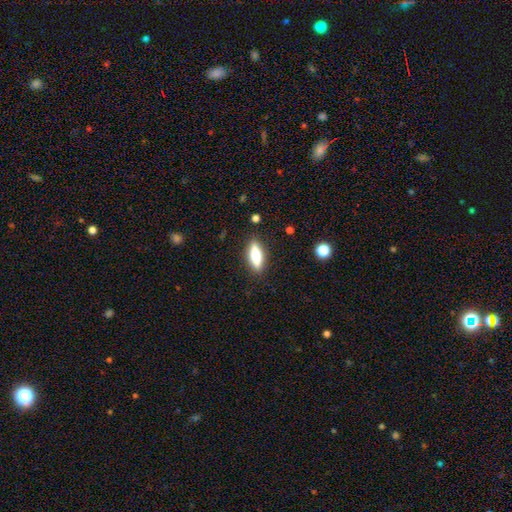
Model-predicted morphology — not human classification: A smooth galaxy with no disk features (63%) that is cigar-shaped (51%).

Vote fractions:
- Smooth or featured? smooth: 63% / featured or disk: 30% / star or artifact: 7%
- How rounded? cigar-shaped: 51% / in between: 47% / round: 3%
- Merging? none: 88% / minor disturbance: 8% / major disturbance: 2% / merger: 1%